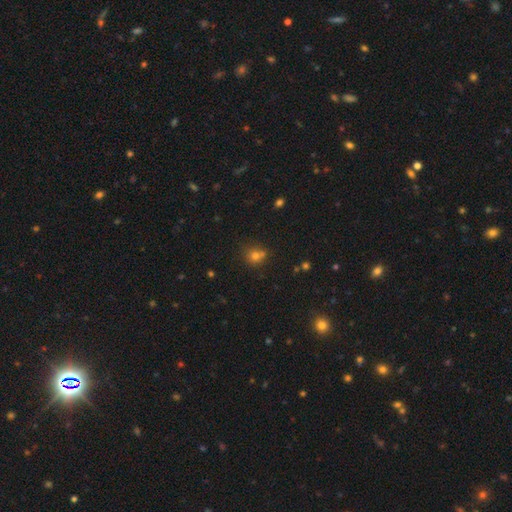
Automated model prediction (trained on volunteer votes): The model was most divided on "merging": none: 60%, merger: 21%, minor disturbance: 15%, major disturbance: 5%. More confident: how rounded — round (81%); smooth or featured — smooth (71%).